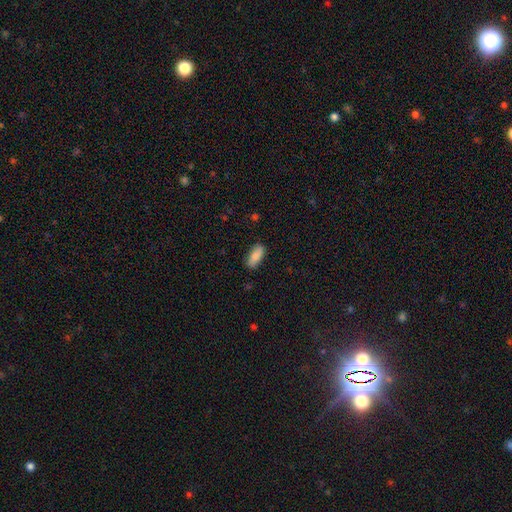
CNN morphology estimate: The model was most divided on "how rounded": in between: 79%, cigar-shaped: 19%, round: 2%. More confident: merging — none (86%); smooth or featured — smooth (84%).